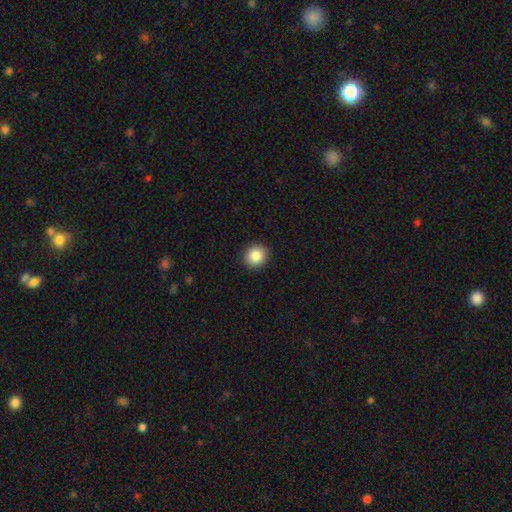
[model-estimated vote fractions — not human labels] smooth 86%, star or artifact 9%, featured or disk 5%. Down the decision tree: how rounded — round (85%); merging — none (92%).